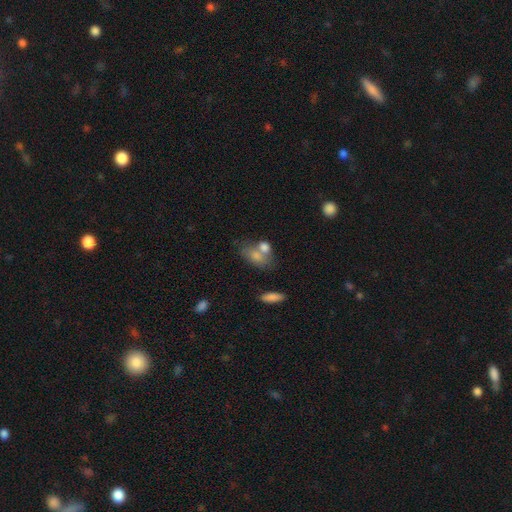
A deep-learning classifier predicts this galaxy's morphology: type=smooth (72%); roundness=in between (79%); merging=none (39%).